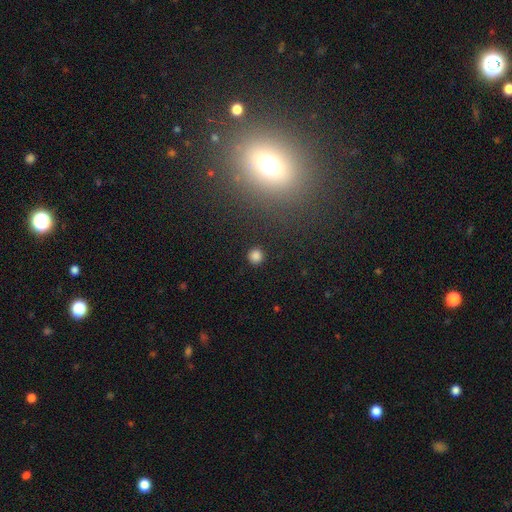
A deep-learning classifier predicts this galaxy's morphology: Smooth or featured? Predicted: smooth (p=0.83). How rounded? Predicted: round (p=0.95). Merging? Predicted: none (p=0.91).